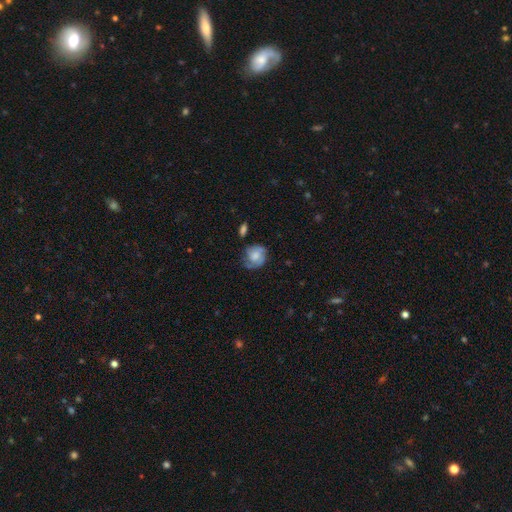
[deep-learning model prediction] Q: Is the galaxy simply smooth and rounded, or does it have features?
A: featured or disk — 48%.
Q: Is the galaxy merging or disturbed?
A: none — 57%.